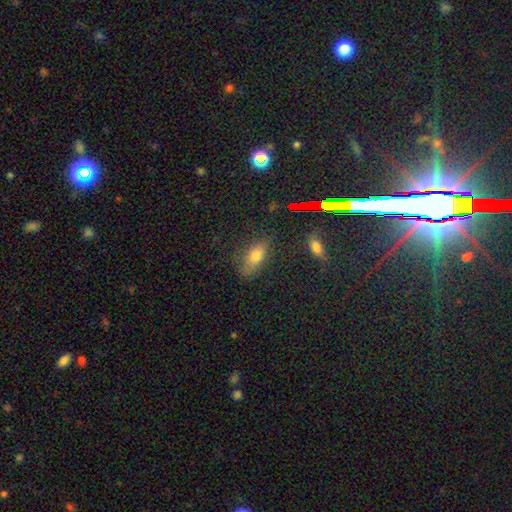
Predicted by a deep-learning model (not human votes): Smooth or featured: smooth — 66% (star or artifact — 18%)
How rounded: in between — 76% (cigar-shaped — 16%)
Merging: none — 74% (minor disturbance — 17%)